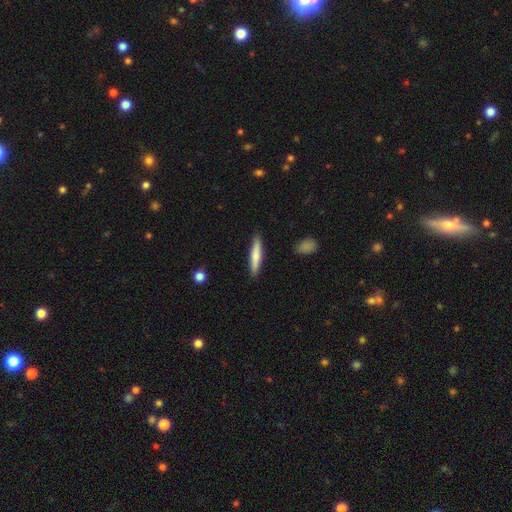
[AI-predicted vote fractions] Smooth or featured?
  - smooth: 72% *
  - featured or disk: 23%
  - star or artifact: 5%
How rounded?
  - cigar-shaped: 88% *
  - in between: 10%
  - round: 1%
Merging?
  - none: 89% *
  - minor disturbance: 8%
  - major disturbance: 2%
  - merger: 1%